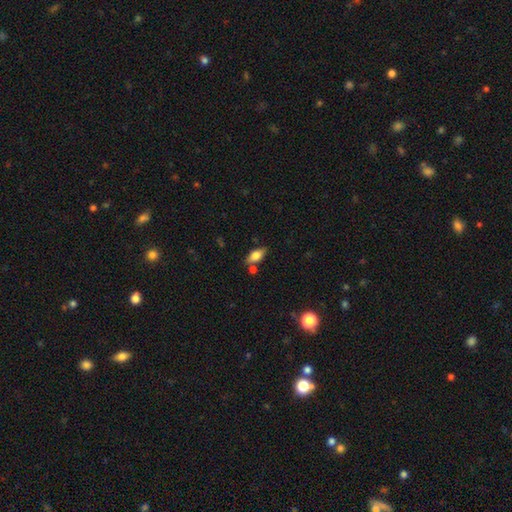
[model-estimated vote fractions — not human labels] Smooth or featured: smooth — 72% (featured or disk — 20%)
How rounded: in between — 84% (cigar-shaped — 12%)
Merging: none — 73% (minor disturbance — 14%)